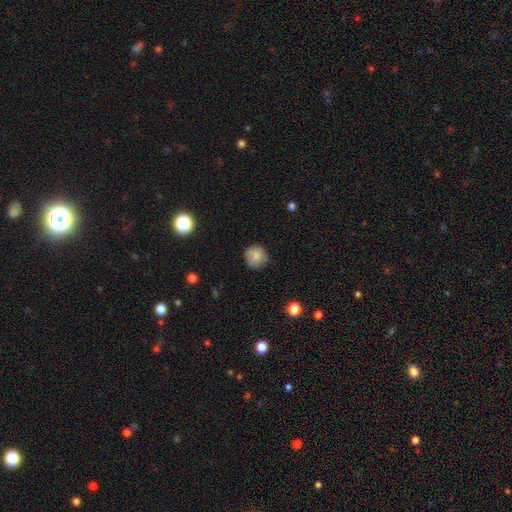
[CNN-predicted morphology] smooth_or_featured: smooth (p=0.84) [alt: star or artifact p=0.09]
how_rounded: round (p=0.91) [alt: in between p=0.08]
merging: none (p=0.82) [alt: minor disturbance p=0.14]